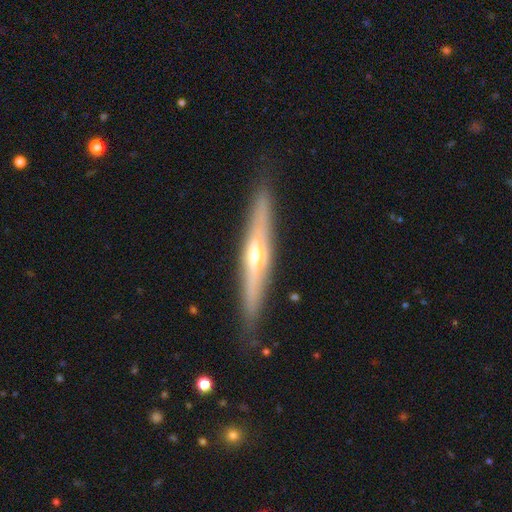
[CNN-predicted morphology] A featured or disk galaxy (72%) viewed edge-on (94%) with a rounded central bulge (83%). Merging: none (88%).